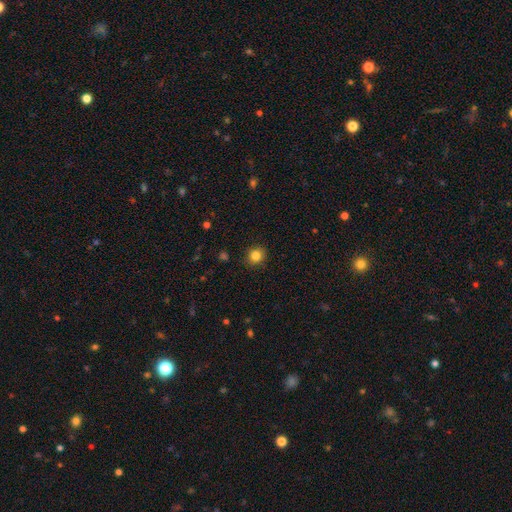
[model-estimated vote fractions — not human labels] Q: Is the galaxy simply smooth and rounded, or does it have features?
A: smooth — 84%.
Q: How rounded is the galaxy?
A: round — 85%.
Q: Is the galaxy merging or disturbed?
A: none — 89%.